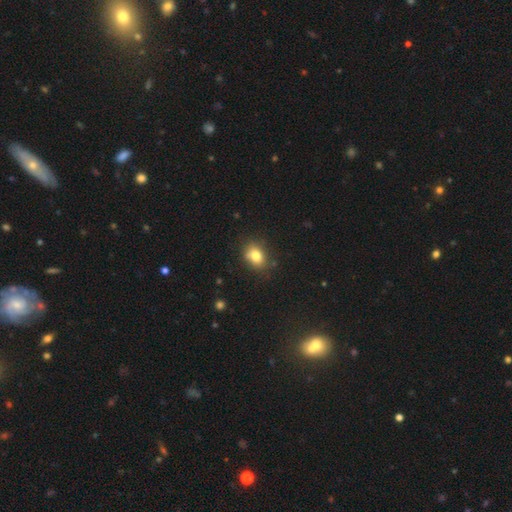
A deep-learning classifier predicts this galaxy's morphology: Smooth or featured? smooth (81%)
How rounded? in between (61%)
Merging? none (76%)